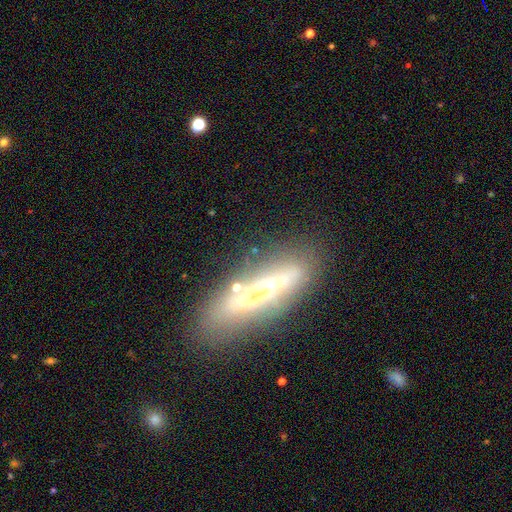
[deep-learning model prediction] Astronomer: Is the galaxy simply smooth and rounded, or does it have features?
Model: featured or disk — 59%.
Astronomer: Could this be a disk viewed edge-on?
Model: yes — 72%.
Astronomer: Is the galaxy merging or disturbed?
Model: none — 74%.